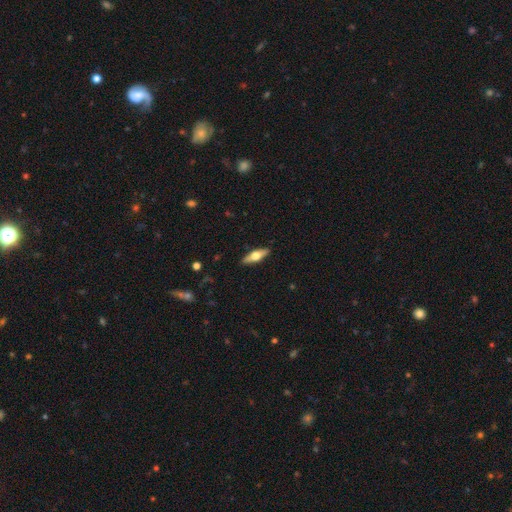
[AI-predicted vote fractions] featured or disk 49%, smooth 46%, star or artifact 6%. Down the decision tree: merging — none (90%).